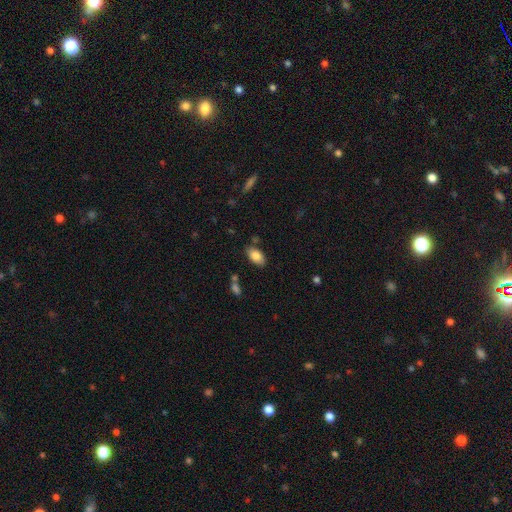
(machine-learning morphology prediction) Q: Smooth or featured?
A: smooth (83%); runner-up: featured or disk (9%)
Q: How rounded?
A: in between (93%); runner-up: round (4%)
Q: Merging?
A: none (78%); runner-up: minor disturbance (14%)